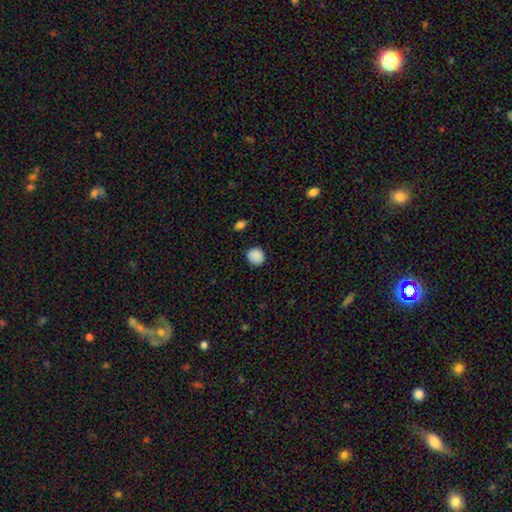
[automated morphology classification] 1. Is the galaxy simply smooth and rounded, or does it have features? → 89% smooth, 8% star or artifact, 3% featured or disk.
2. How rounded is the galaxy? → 86% round, 13% in between, 1% cigar-shaped.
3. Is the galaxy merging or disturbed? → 89% none, 8% minor disturbance, 2% major disturbance, 1% merger.